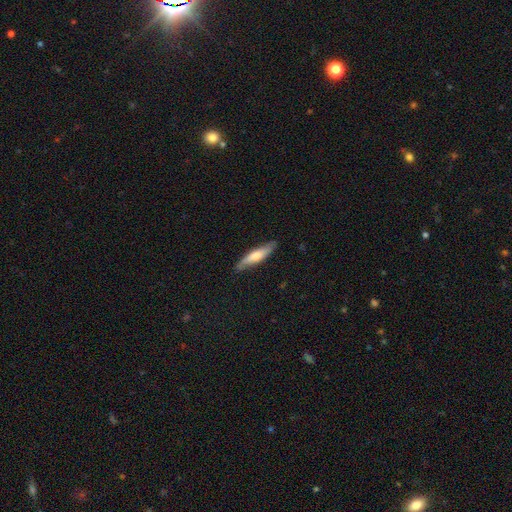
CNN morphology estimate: smooth-or-featured: smooth: 54% | featured or disk: 41% | star or artifact: 6%
  how-rounded: cigar-shaped: 83% | in between: 16% | round: 2%
  merging: none: 82% | minor disturbance: 14% | major disturbance: 2% | merger: 1%